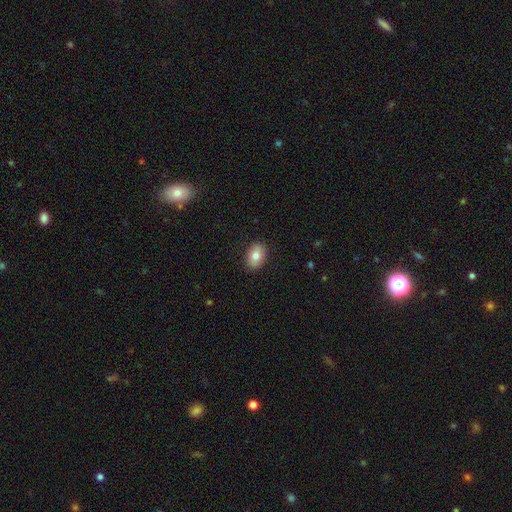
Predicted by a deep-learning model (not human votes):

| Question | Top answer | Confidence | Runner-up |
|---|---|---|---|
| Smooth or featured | smooth | 81% | featured or disk (12%) |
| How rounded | in between | 84% | round (15%) |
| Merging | none | 89% | minor disturbance (9%) |